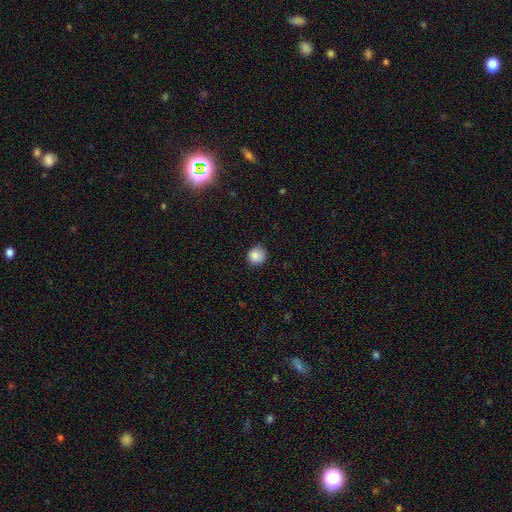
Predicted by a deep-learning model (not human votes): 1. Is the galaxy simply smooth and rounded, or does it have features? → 86% smooth, 10% star or artifact, 4% featured or disk.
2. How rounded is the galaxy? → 89% round, 10% in between, 1% cigar-shaped.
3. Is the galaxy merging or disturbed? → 77% none, 19% minor disturbance, 3% major disturbance, 1% merger.